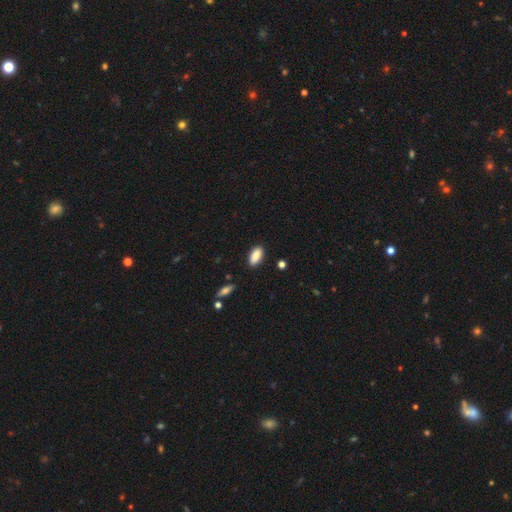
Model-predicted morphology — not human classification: Smooth or featured? Predicted: smooth (p=0.88). How rounded? Predicted: in between (p=0.88). Merging? Predicted: none (p=0.86).